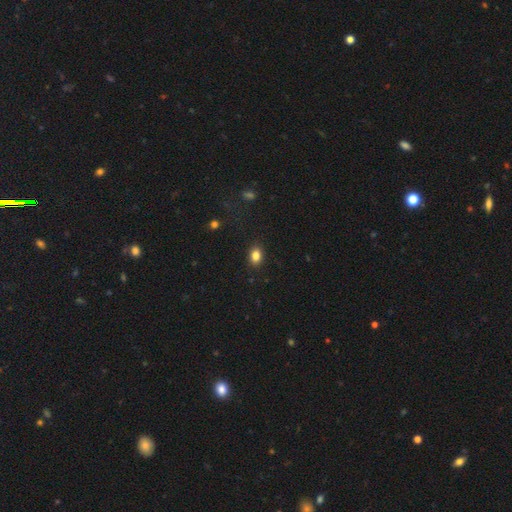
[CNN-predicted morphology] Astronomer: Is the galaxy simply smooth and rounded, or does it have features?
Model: smooth — 84%.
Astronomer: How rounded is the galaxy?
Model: in between — 72%.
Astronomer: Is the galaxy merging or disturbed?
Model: none — 88%.